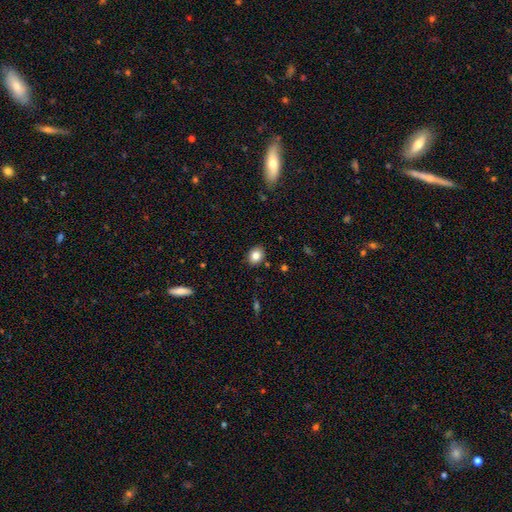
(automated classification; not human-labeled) This is clearly a smooth galaxy (83%). How rounded: possibly in between (56%). Merging: clearly none (88%).